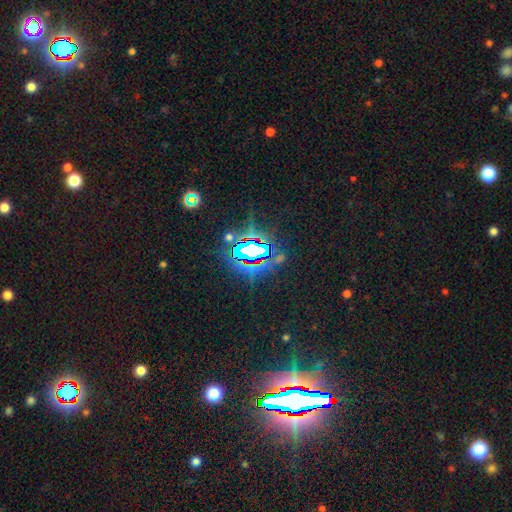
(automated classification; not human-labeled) smooth_or_featured: star or artifact (p=0.83) [alt: smooth p=0.09]